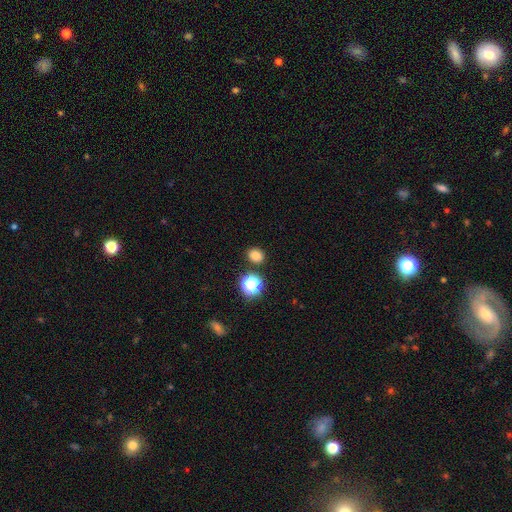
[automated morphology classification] This appears to be a smooth galaxy with no disk features (79%) that is round (62%). Merging: none (85%).